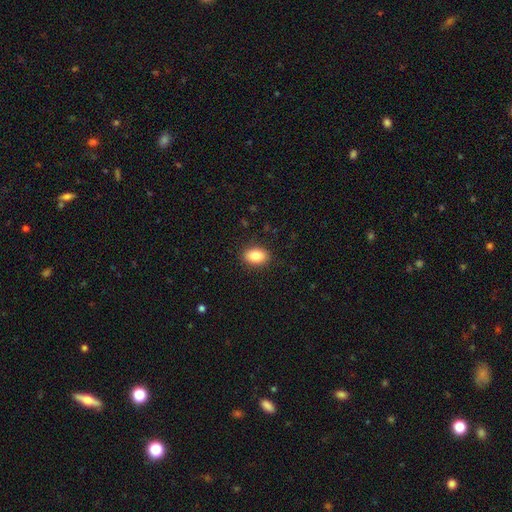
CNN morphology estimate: Smooth or featured? Predicted: smooth (p=0.85). How rounded? Predicted: in between (p=0.84). Merging? Predicted: none (p=0.89).